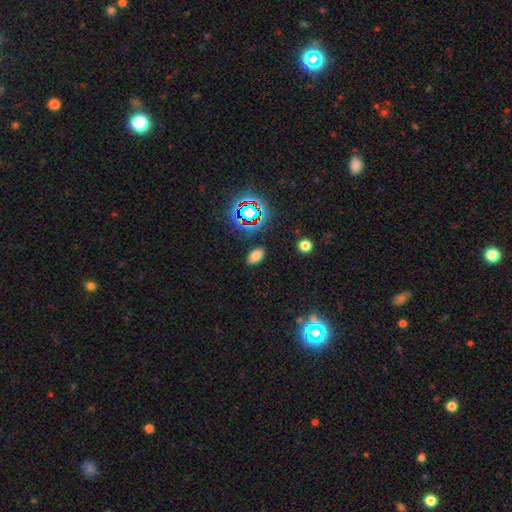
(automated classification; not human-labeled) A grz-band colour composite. It shows a smooth galaxy with no disk features (71%) that is in between round and cigar-shaped (90%). Merging: none (87%).